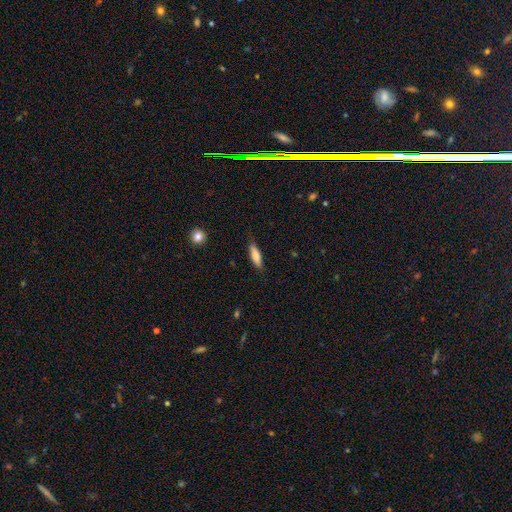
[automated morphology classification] smooth_or_featured: smooth (p=0.77) [alt: featured or disk p=0.17]
how_rounded: cigar-shaped (p=0.60) [alt: in between p=0.38]
merging: none (p=0.83) [alt: minor disturbance p=0.13]